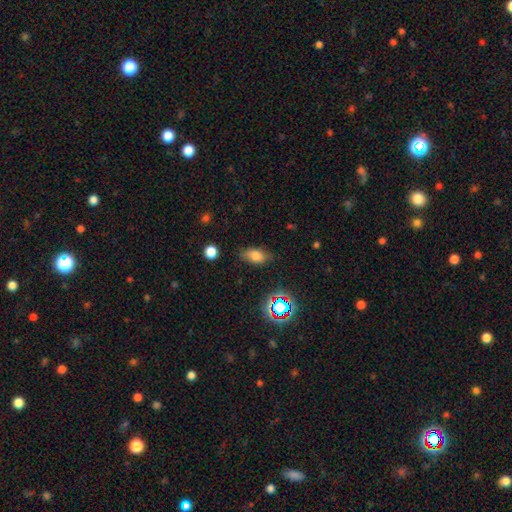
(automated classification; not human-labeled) This is likely a smooth galaxy (75%). How rounded: clearly in between (86%). Merging: likely none (78%).